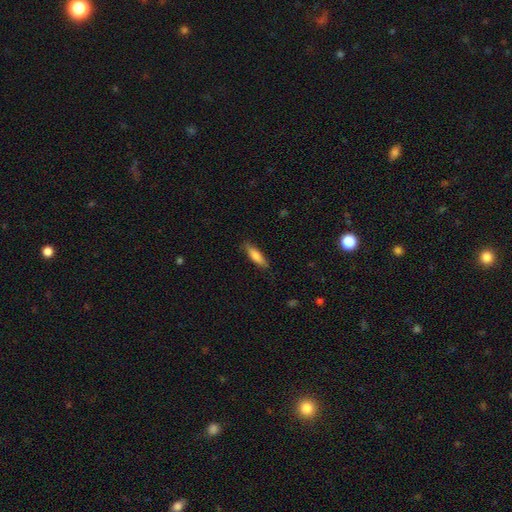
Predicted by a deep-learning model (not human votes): Smooth or featured: smooth — 79% (featured or disk — 15%)
How rounded: cigar-shaped — 59% (in between — 40%)
Merging: none — 83% (minor disturbance — 13%)